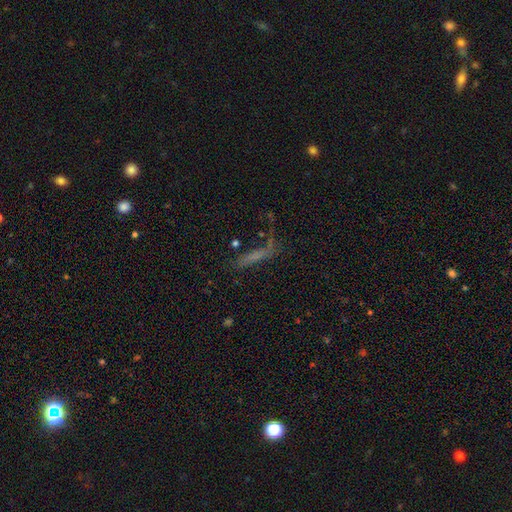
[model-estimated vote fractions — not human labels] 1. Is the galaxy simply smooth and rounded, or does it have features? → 53% smooth, 28% featured or disk, 19% star or artifact.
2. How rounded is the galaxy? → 82% cigar-shaped, 14% in between, 3% round.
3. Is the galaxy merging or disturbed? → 51% none, 21% minor disturbance, 20% major disturbance, 7% merger.